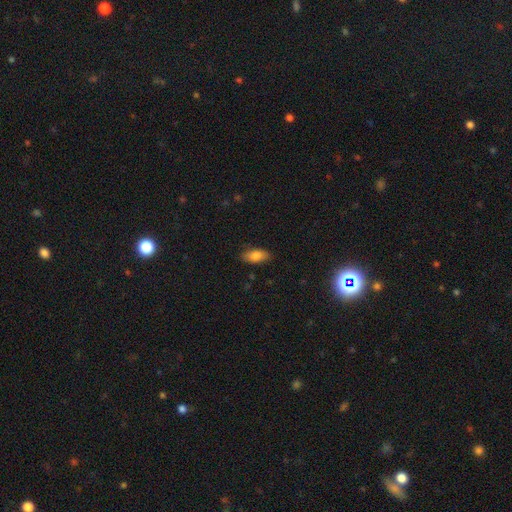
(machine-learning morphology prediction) Smooth or featured?
  - smooth: 81% *
  - featured or disk: 11%
  - star or artifact: 7%
How rounded?
  - in between: 87% *
  - cigar-shaped: 10%
  - round: 3%
Merging?
  - none: 84% *
  - minor disturbance: 13%
  - major disturbance: 3%
  - merger: 1%